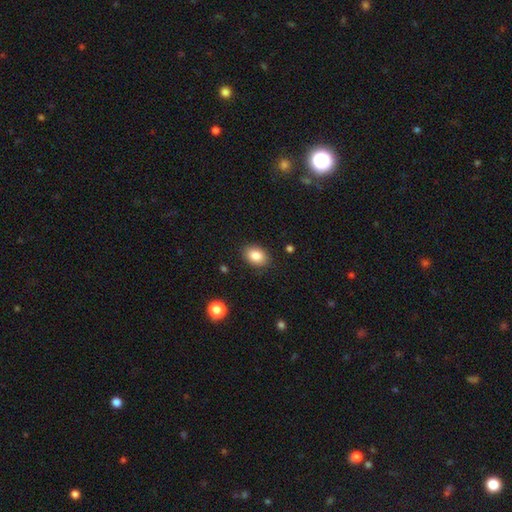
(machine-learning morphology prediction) type=smooth (86%); roundness=in between (78%); merging=none (87%).